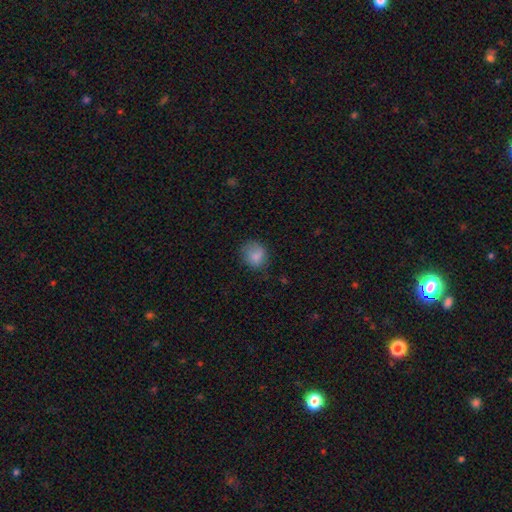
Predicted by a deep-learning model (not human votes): Morphology: type=smooth (84%); roundness=round (74%); merging=none (68%).